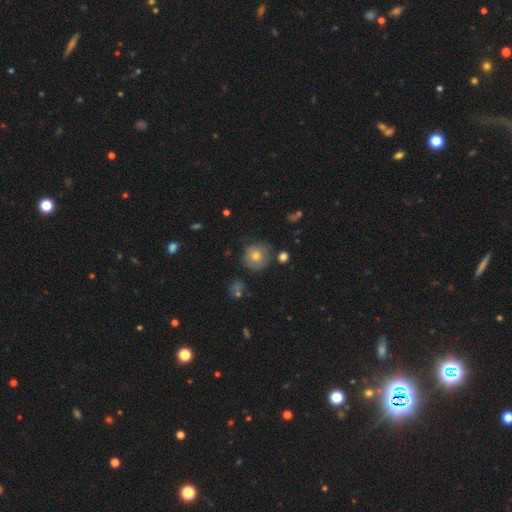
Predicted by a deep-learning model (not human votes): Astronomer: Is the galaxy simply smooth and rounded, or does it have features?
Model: smooth — 65%.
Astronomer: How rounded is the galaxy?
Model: round — 90%.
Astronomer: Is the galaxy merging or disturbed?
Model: none — 71%.